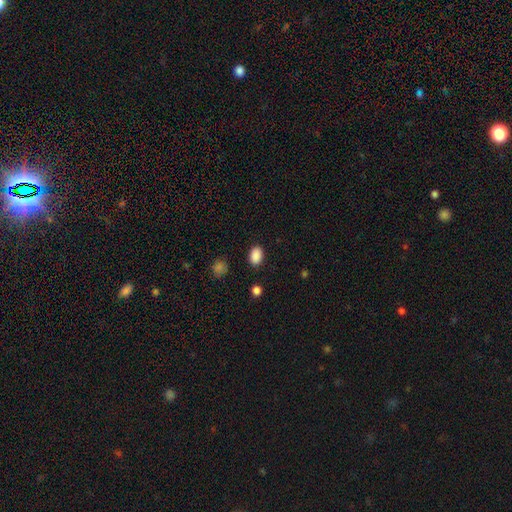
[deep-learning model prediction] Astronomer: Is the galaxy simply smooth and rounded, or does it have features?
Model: smooth — 89%.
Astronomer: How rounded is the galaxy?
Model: in between — 84%.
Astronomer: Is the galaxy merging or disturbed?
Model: none — 88%.